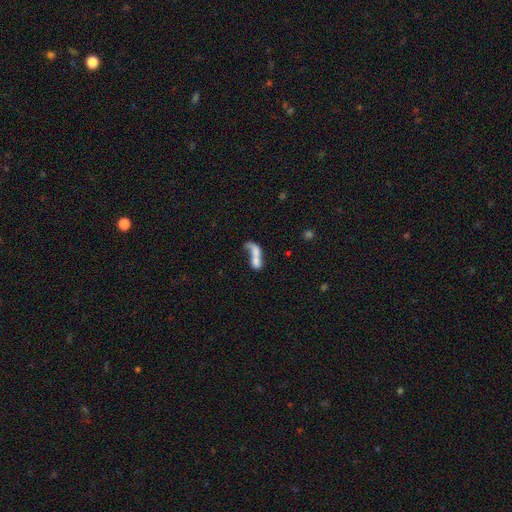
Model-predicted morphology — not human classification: smooth 57%, featured or disk 32%, star or artifact 10%. Down the decision tree: how rounded — in between (61%); merging — merger (63%).